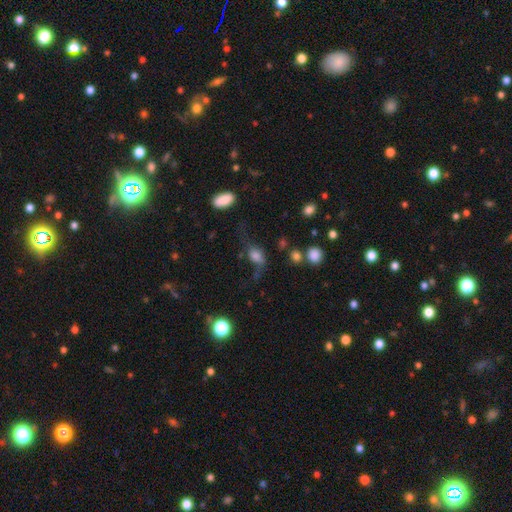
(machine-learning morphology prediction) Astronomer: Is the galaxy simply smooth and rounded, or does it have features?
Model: smooth — 65%.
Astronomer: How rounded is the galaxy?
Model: in between — 72%.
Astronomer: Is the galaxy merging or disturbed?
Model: none — 36% (runner-up: major disturbance, 34%).